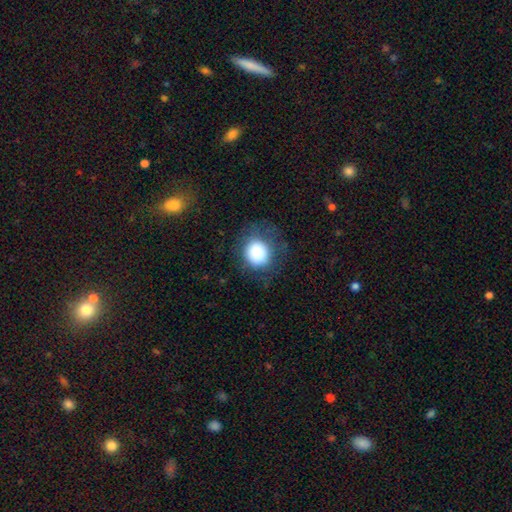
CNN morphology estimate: Overall: smooth (83%). How rounded: round (84%). Merging: none (68%).